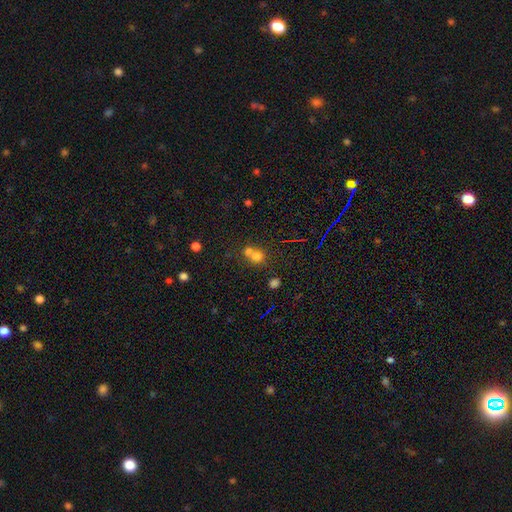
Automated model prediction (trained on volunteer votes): smooth-or-featured: smooth: 69% | star or artifact: 18% | featured or disk: 14%
  how-rounded: round: 78% | in between: 21% | cigar-shaped: 1%
  merging: merger: 56% | none: 34% | minor disturbance: 7% | major disturbance: 3%